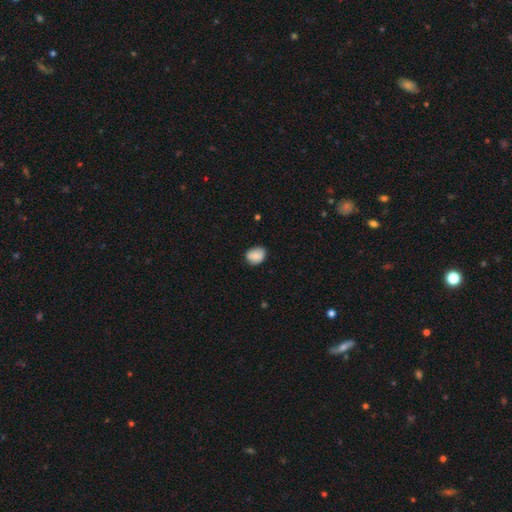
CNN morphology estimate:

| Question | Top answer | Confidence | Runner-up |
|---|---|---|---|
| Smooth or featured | smooth | 82% | featured or disk (10%) |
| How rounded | in between | 55% | round (44%) |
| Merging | none | 75% | minor disturbance (21%) |